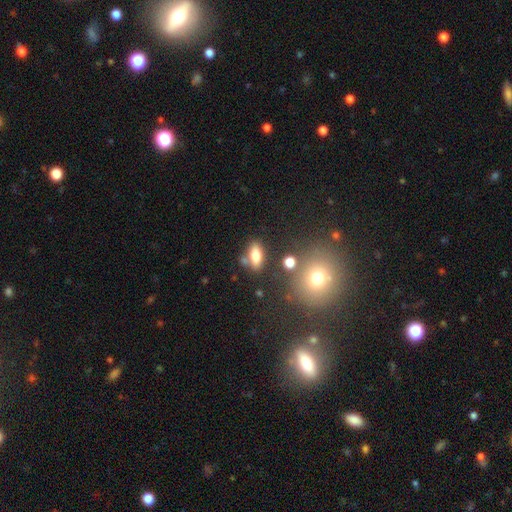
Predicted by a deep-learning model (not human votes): The model was most divided on "merging": none: 71%, minor disturbance: 13%, merger: 12%, major disturbance: 4%. More confident: how rounded — in between (80%); smooth or featured — smooth (75%).